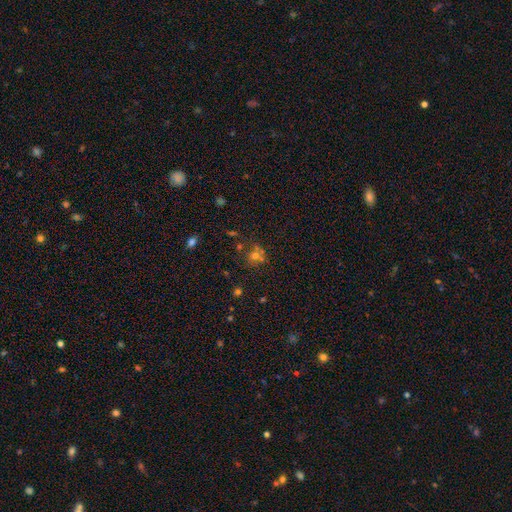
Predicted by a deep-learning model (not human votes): Q: Smooth or featured?
A: smooth (61%); runner-up: star or artifact (25%)
Q: How rounded?
A: round (82%); runner-up: in between (17%)
Q: Merging?
A: none (56%); runner-up: merger (23%)